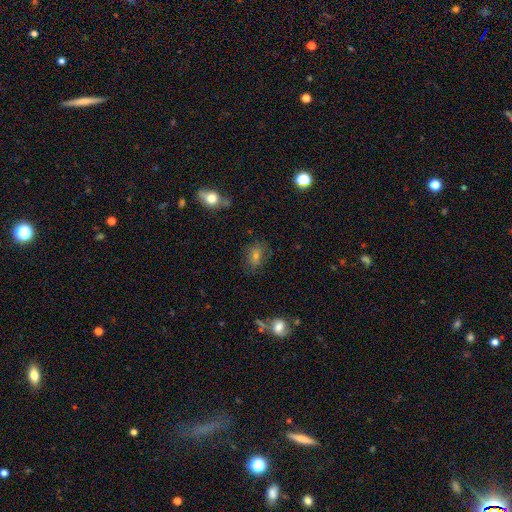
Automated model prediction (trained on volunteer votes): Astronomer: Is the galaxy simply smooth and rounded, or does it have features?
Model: smooth — 58%.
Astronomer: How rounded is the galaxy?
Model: in between — 68%.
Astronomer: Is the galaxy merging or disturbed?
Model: none — 74%.